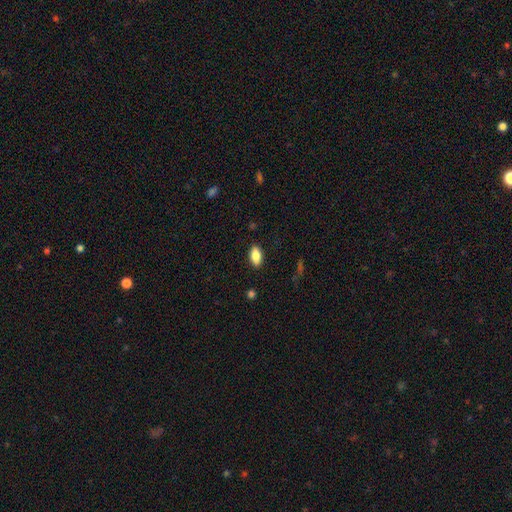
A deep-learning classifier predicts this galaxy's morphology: Overall: smooth (84%). How rounded: in between (90%). Merging: none (87%).